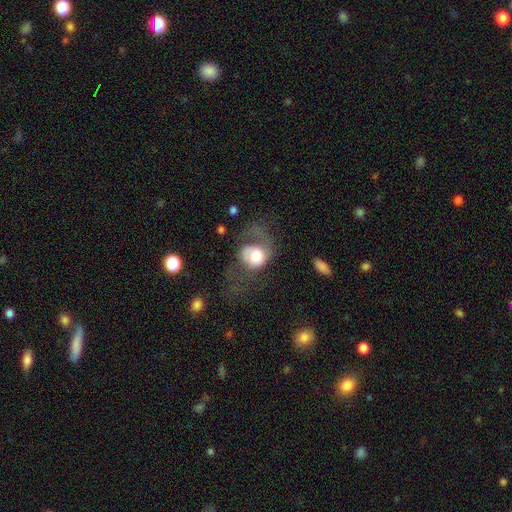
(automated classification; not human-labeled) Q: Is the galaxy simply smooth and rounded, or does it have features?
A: smooth — 59%.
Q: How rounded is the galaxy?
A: round — 63%.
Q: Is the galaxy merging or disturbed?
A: major disturbance — 56%.